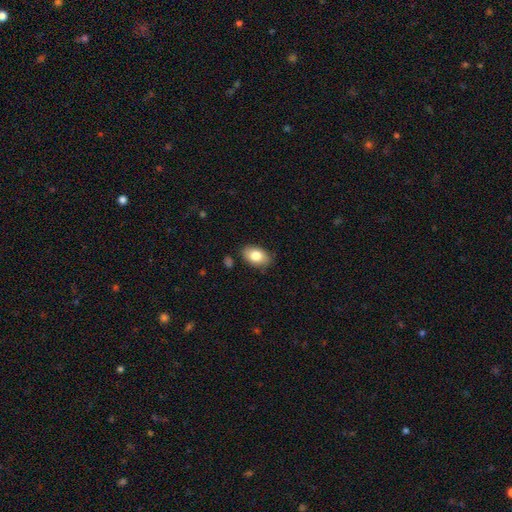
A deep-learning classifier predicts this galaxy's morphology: A smooth galaxy with no disk features (80%) that is in between round and cigar-shaped (89%).

Vote fractions:
- Smooth or featured? smooth: 80% / featured or disk: 12% / star or artifact: 7%
- How rounded? in between: 89% / round: 10% / cigar-shaped: 1%
- Merging? none: 83% / minor disturbance: 13% / major disturbance: 2% / merger: 2%